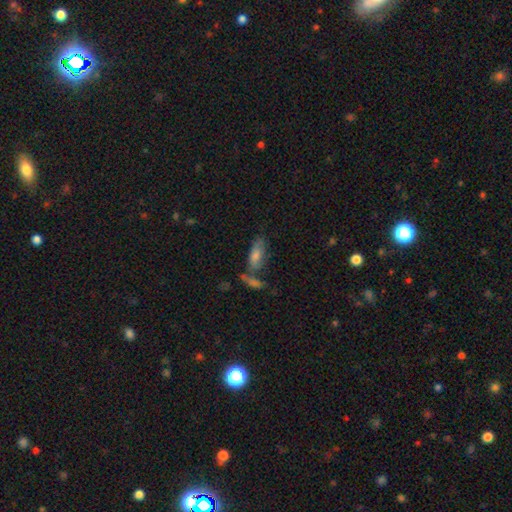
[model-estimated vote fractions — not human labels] smooth_or_featured: smooth (p=0.63) [alt: featured or disk p=0.24]
how_rounded: in between (p=0.70) [alt: cigar-shaped p=0.27]
merging: none (p=0.50) [alt: merger p=0.29]